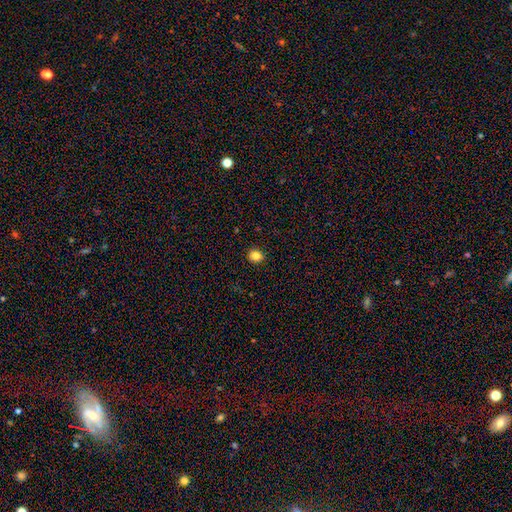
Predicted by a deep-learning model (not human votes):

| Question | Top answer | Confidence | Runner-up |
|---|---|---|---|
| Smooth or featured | smooth | 84% | star or artifact (12%) |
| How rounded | round | 83% | in between (16%) |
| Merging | none | 92% | minor disturbance (5%) |